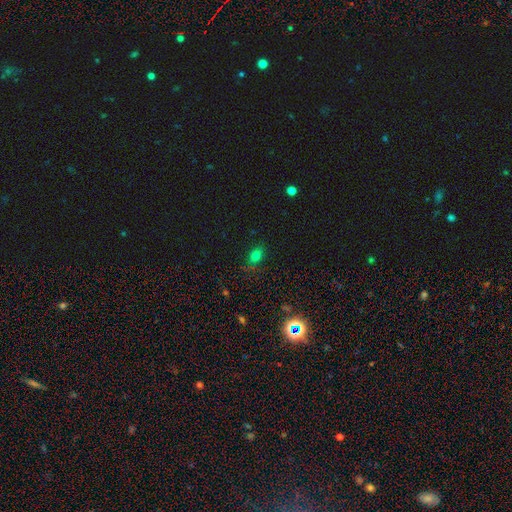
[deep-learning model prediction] This is likely a smooth galaxy (71%). How rounded: likely in between (69%). Merging: likely none (76%).